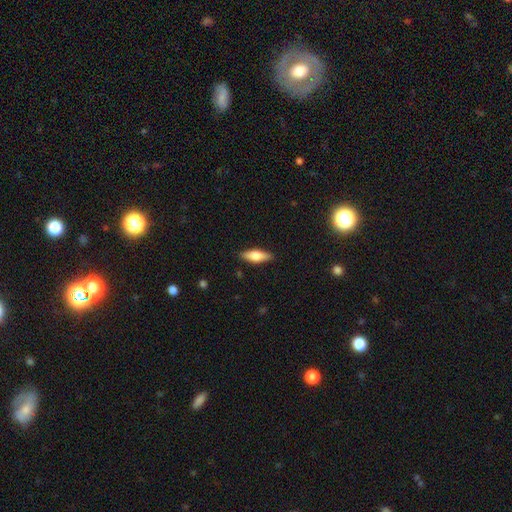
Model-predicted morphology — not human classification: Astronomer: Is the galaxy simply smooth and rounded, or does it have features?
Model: smooth — 63%.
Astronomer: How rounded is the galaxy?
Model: in between — 55% (runner-up: cigar-shaped, 43%).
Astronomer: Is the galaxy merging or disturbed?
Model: none — 87%.